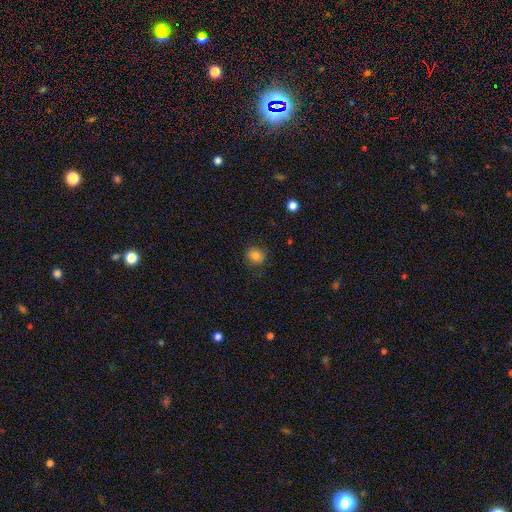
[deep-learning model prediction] Smooth or featured? smooth (80%)
How rounded? round (77%)
Merging? none (80%)